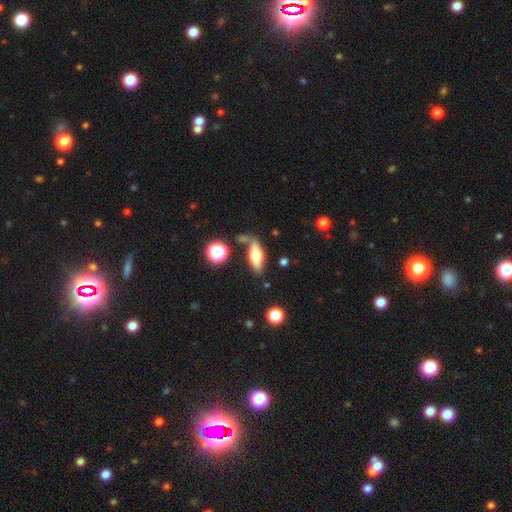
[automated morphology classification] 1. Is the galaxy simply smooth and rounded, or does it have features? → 60% smooth, 31% featured or disk, 9% star or artifact.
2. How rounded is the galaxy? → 66% in between, 29% cigar-shaped, 4% round.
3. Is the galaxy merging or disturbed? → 58% none, 20% minor disturbance, 13% merger, 9% major disturbance.